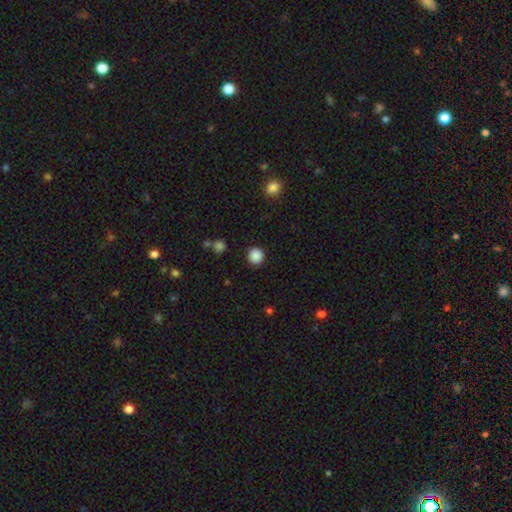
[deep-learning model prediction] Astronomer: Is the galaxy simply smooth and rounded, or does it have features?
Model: smooth — 87%.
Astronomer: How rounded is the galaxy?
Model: round — 92%.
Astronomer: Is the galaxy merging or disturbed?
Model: none — 90%.